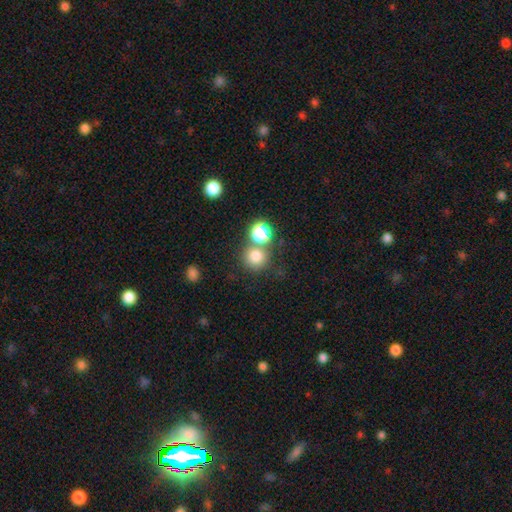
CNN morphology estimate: A smooth galaxy with no disk features (77%) that is round (91%).

Vote fractions:
- Smooth or featured? smooth: 77% / star or artifact: 16% / featured or disk: 7%
- How rounded? round: 91% / in between: 8% / cigar-shaped: 1%
- Merging? none: 64% / merger: 25% / minor disturbance: 8% / major disturbance: 4%